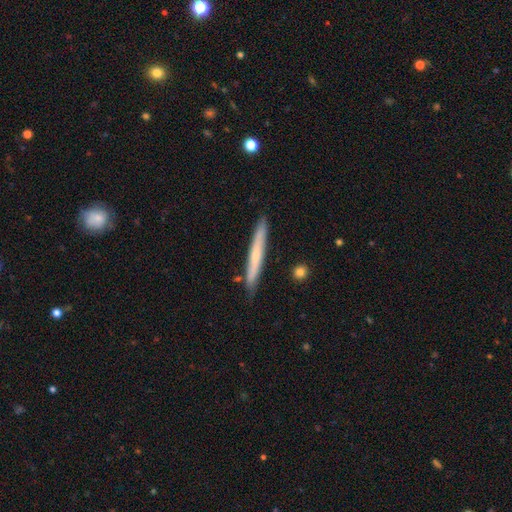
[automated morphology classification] smooth-or-featured: smooth: 50% | featured or disk: 44% | star or artifact: 6%
  how-rounded: cigar-shaped: 96% | in between: 2% | round: 1%
  merging: none: 87% | minor disturbance: 10% | merger: 2% | major disturbance: 1%